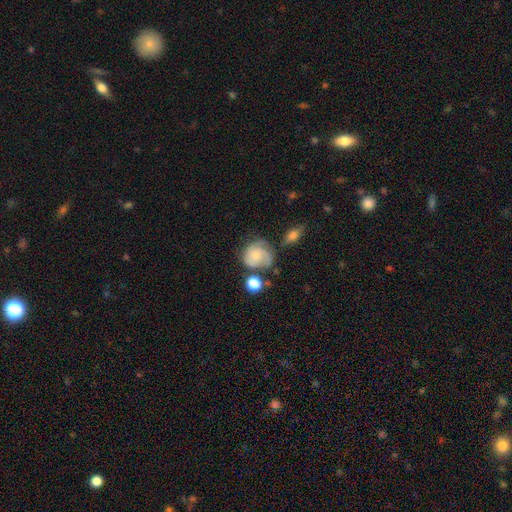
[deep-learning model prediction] Morphology: type=featured or disk (56%); edge-on=no (98%); bar=no (77%); spiral arms=yes (86%); bulge=small (55%); merging=none (48%).